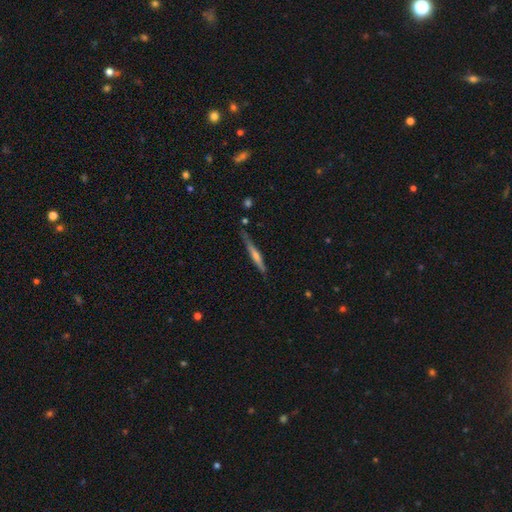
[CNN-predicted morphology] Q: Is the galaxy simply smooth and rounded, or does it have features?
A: featured or disk — 66%.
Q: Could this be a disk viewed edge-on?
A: yes — 97%.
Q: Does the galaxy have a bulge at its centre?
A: rounded — 65%.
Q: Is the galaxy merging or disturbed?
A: none — 80%.